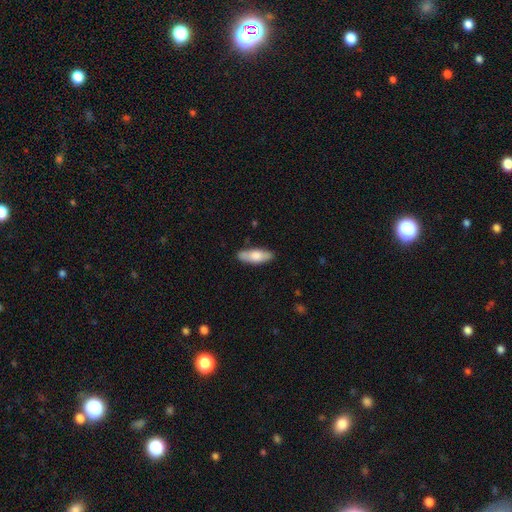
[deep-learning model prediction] Q: Smooth or featured?
A: smooth (73%); runner-up: featured or disk (22%)
Q: How rounded?
A: in between (65%); runner-up: cigar-shaped (32%)
Q: Merging?
A: none (84%); runner-up: minor disturbance (12%)